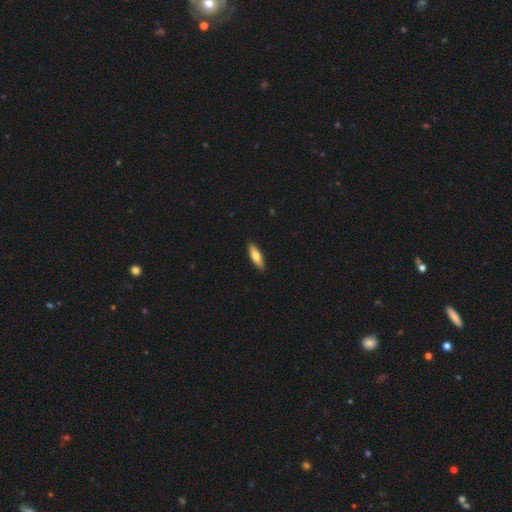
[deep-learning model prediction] Smooth or featured? Predicted: smooth (p=0.73). How rounded? Predicted: cigar-shaped (p=0.56). Merging? Predicted: none (p=0.89).